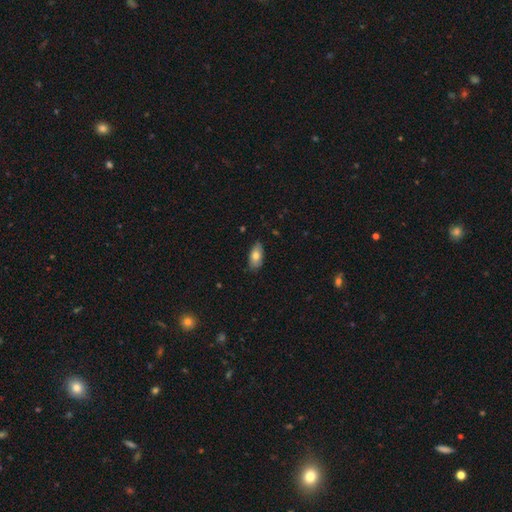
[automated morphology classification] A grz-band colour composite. It shows a smooth galaxy with no disk features (77%) that is in between round and cigar-shaped (91%). Merging: none (83%).